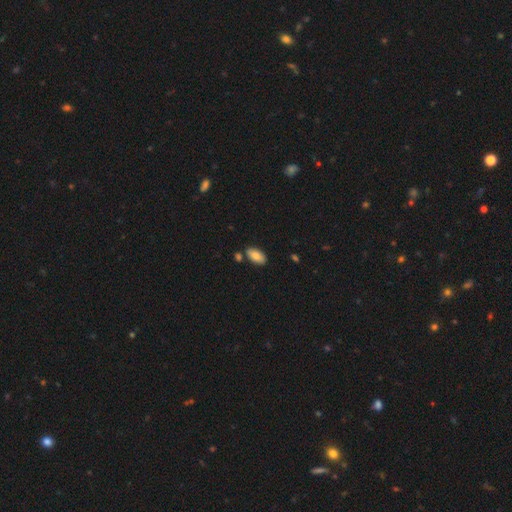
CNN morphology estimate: Smooth or featured?
  - smooth: 80% *
  - featured or disk: 13%
  - star or artifact: 7%
How rounded?
  - in between: 93% *
  - cigar-shaped: 4%
  - round: 3%
Merging?
  - none: 79% *
  - minor disturbance: 11%
  - merger: 8%
  - major disturbance: 2%